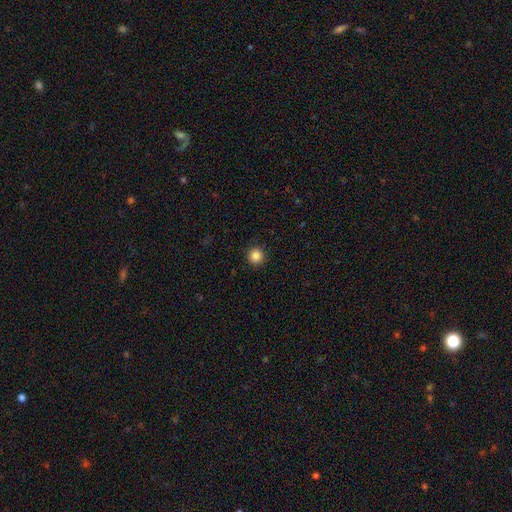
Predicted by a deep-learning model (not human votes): Overall: smooth (85%). How rounded: round (95%). Merging: none (93%).